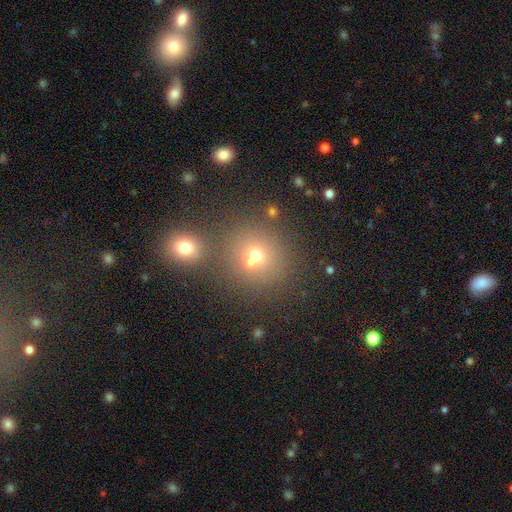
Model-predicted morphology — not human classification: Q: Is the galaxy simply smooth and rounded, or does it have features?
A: smooth — 66%.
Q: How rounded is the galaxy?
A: round — 87%.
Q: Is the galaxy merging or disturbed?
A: none — 58%.